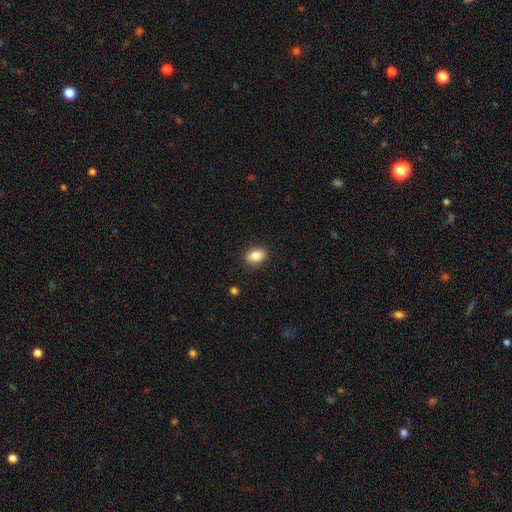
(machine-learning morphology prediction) type=smooth (84%); roundness=in between (71%); merging=none (88%).